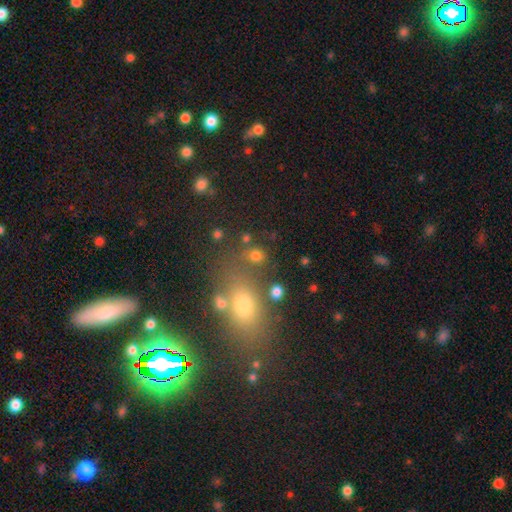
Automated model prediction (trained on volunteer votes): Overall: smooth (76%). How rounded: round (69%). Merging: none (68%).